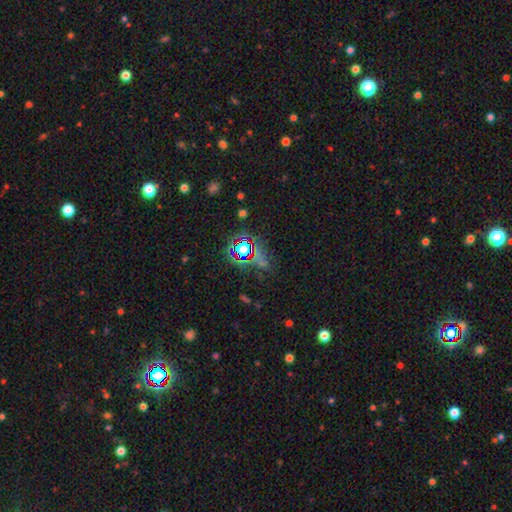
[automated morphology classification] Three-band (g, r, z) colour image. It shows a star or artifact, not a galaxy (75%).